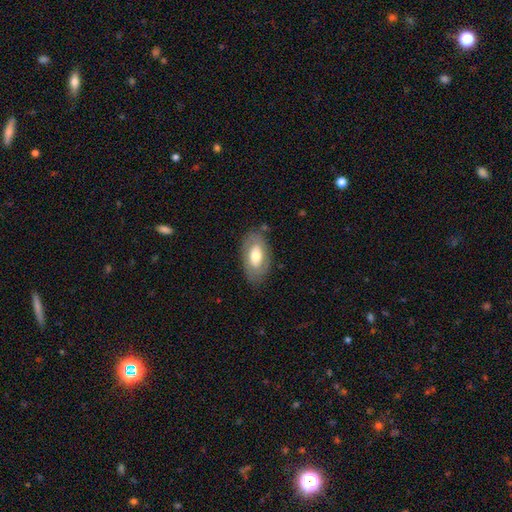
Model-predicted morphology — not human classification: A smooth galaxy with no disk features (52%) that is in between round and cigar-shaped (92%).

Vote fractions:
- Smooth or featured? smooth: 52% / featured or disk: 42% / star or artifact: 6%
- How rounded? in between: 92% / round: 5% / cigar-shaped: 3%
- Merging? none: 79% / minor disturbance: 15% / major disturbance: 5% / merger: 2%